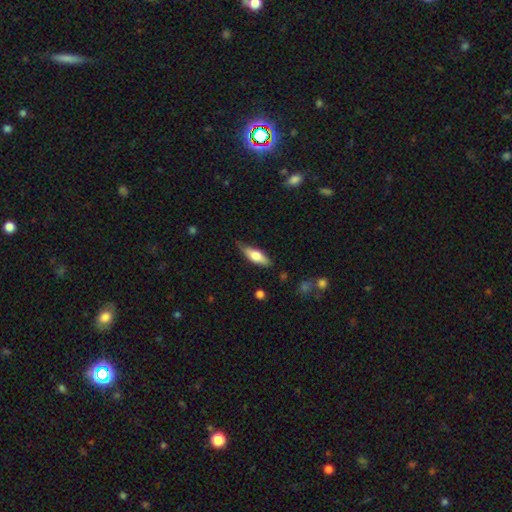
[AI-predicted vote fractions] smooth 65%, featured or disk 29%, star or artifact 6%. Down the decision tree: how rounded — in between (61%); merging — none (71%).